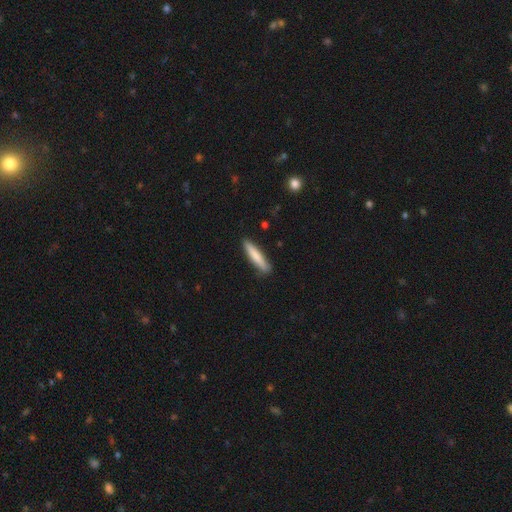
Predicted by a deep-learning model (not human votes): Q: Smooth or featured?
A: smooth (76%); runner-up: featured or disk (19%)
Q: How rounded?
A: cigar-shaped (90%); runner-up: in between (8%)
Q: Merging?
A: none (88%); runner-up: minor disturbance (9%)